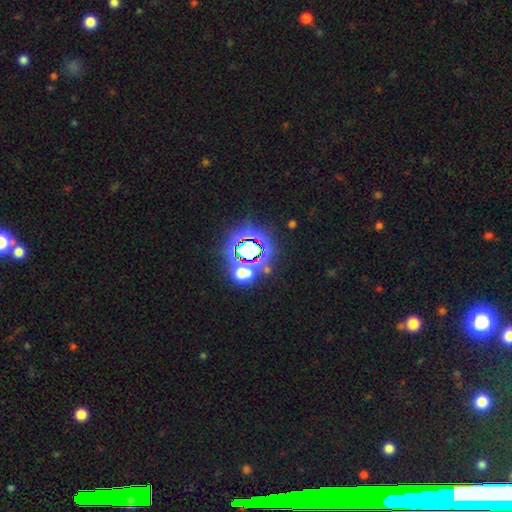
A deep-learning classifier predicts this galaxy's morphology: A star or artifact, not a galaxy (80%).